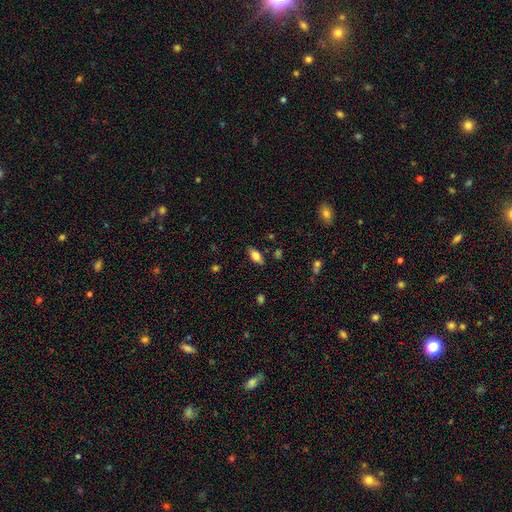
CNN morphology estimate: type=smooth (79%); roundness=in between (89%); merging=none (85%).